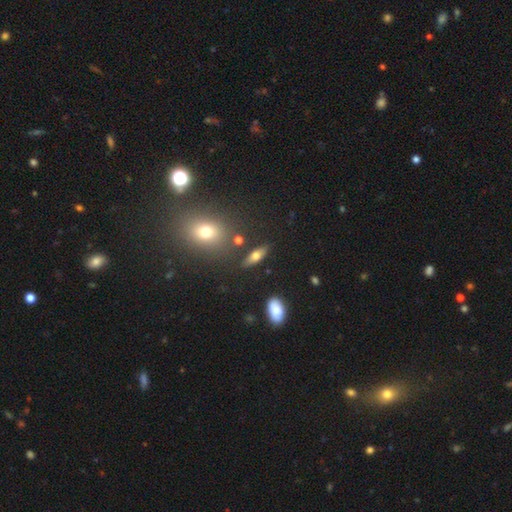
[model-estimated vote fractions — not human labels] Morphology: type=smooth (59%); roundness=in between (60%); merging=none (81%).